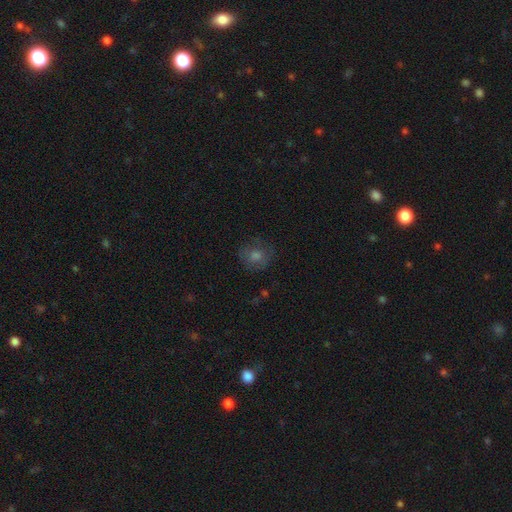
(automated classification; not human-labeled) A smooth galaxy with no disk features (61%) that is round (84%). Merging: none (79%).